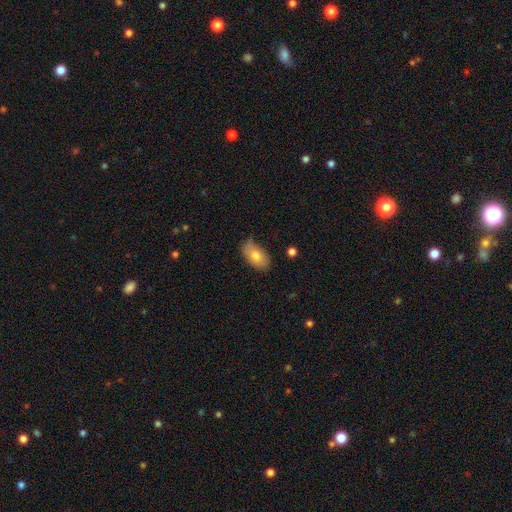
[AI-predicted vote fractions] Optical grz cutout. It shows a smooth galaxy with no disk features (77%) that is in between round and cigar-shaped (93%). Merging: none (66%).